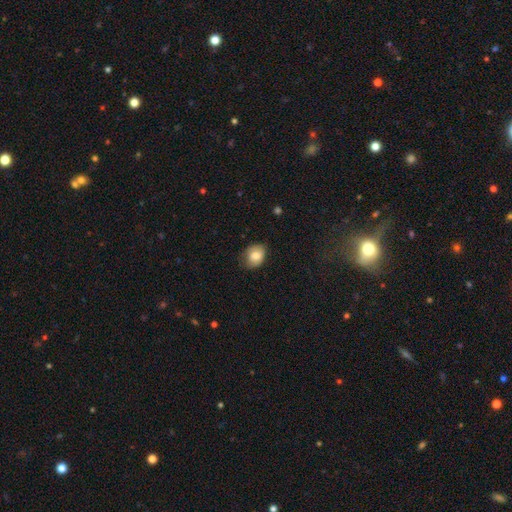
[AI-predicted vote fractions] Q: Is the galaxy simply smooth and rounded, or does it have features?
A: smooth — 80%.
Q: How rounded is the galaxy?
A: in between — 58%.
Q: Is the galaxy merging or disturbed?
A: none — 66%.